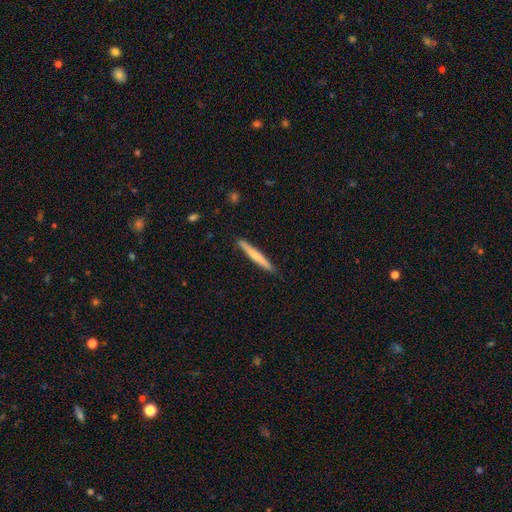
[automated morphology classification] type=smooth (60%); roundness=cigar-shaped (96%); merging=none (88%).